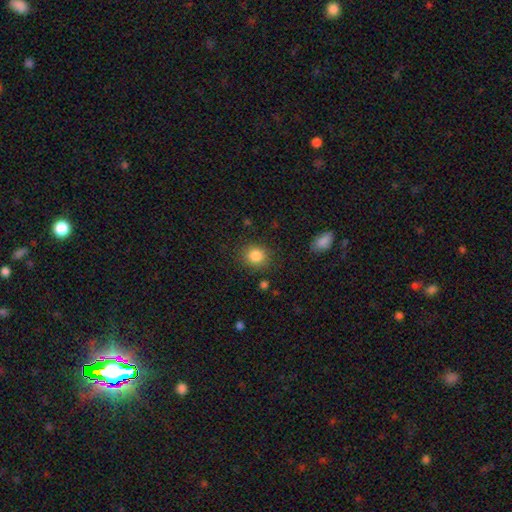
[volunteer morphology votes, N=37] smooth-or-featured: smooth: 92% | star or artifact: 5% | featured or disk: 3%
  how-rounded: round: 79% | in between: 21% | cigar-shaped: 0%
  merging: none: 83% | major disturbance: 9% | minor disturbance: 6% | merger: 3%